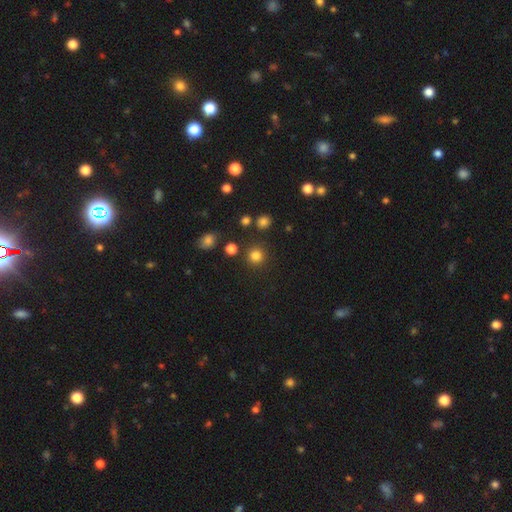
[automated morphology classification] Smooth or featured? Predicted: smooth (p=0.81). How rounded? Predicted: round (p=0.93). Merging? Predicted: none (p=0.87).